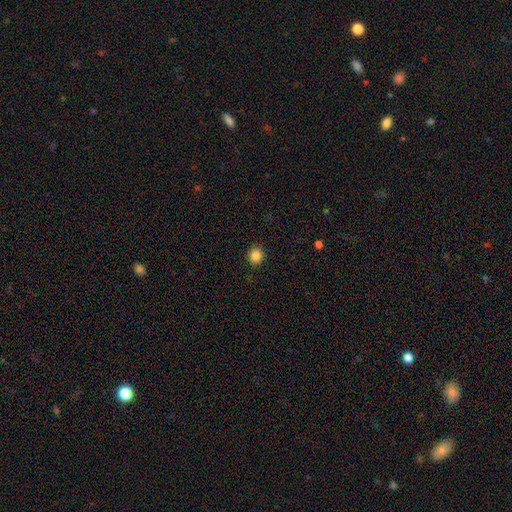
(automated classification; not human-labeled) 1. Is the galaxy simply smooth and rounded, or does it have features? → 85% smooth, 11% star or artifact, 4% featured or disk.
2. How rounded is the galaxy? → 89% round, 10% in between, 1% cigar-shaped.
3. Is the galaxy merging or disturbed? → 91% none, 6% minor disturbance, 2% major disturbance, 1% merger.